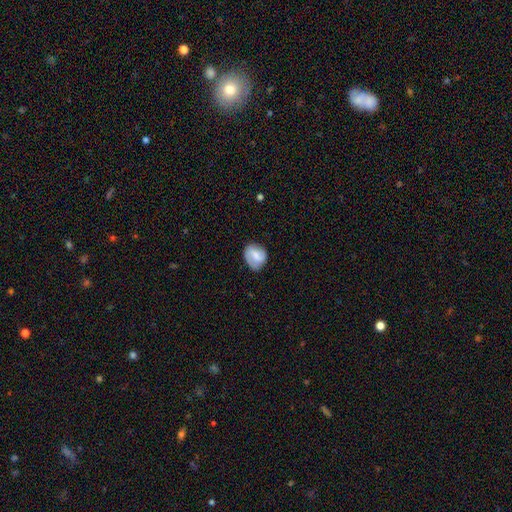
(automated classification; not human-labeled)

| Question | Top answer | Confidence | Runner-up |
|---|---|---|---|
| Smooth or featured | smooth | 54% | featured or disk (39%) |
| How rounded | round | 54% | in between (45%) |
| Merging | none | 70% | minor disturbance (22%) |